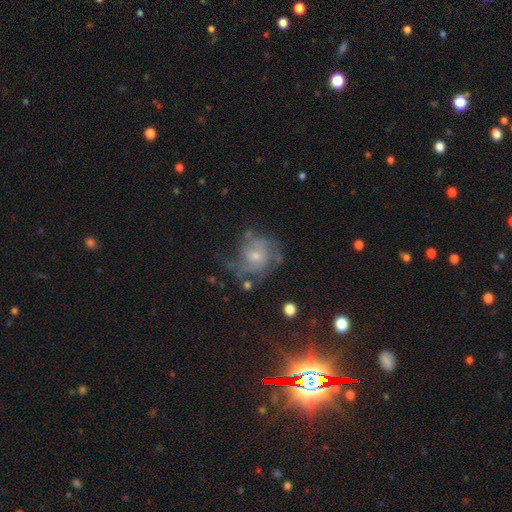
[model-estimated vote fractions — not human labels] smooth-or-featured: featured or disk: 70% | smooth: 15% | star or artifact: 14%
  disk-edge-on: no: 97% | yes: 3%
    bar: no: 72% | weak: 24% | strong: 4%
    has-spiral-arms: yes: 85% | no: 15%
      spiral-winding: medium: 42% | tight: 38% | loose: 20%
      spiral-arm-count: can't tell: 40% | 3: 21% | 2: 19% | 4: 9% | 1: 6% | more than 4: 5%
    bulge-size: small: 52% | moderate: 41% | none: 3% | large: 3% | dominant: 1%
  merging: none: 53% | major disturbance: 23% | minor disturbance: 21% | merger: 3%